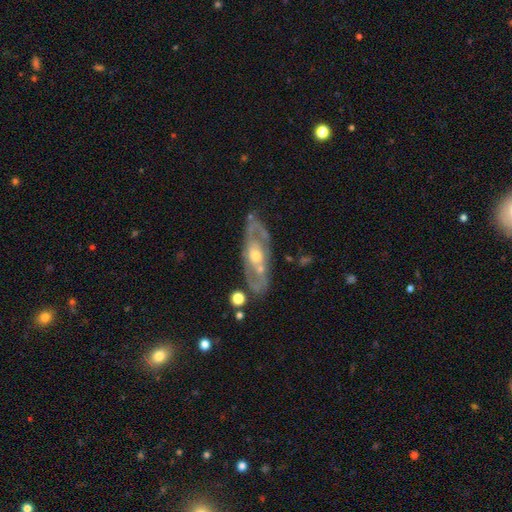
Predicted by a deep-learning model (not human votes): smooth_or_featured: featured or disk (p=0.77) [alt: smooth p=0.17]
disk_edge_on: no (p=0.86) [alt: yes p=0.14]
bar: no (p=0.69) [alt: weak p=0.23]
has_spiral_arms: yes (p=0.61) [alt: no p=0.39]
bulge_size: moderate (p=0.60) [alt: small p=0.33]
merging: none (p=0.72) [alt: minor disturbance p=0.16]